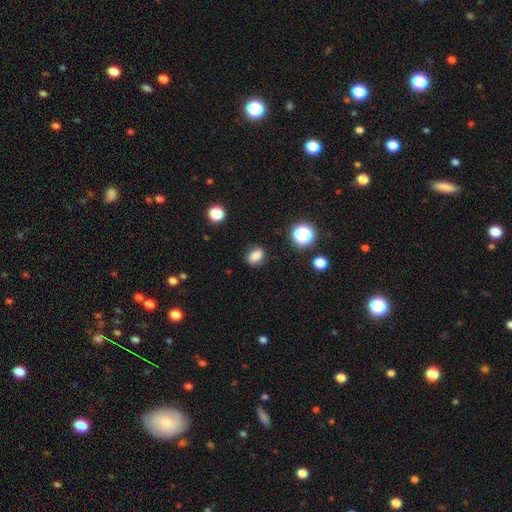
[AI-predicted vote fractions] Smooth or featured: smooth — 80% (star or artifact — 12%)
How rounded: in between — 68% (round — 30%)
Merging: none — 83% (minor disturbance — 12%)